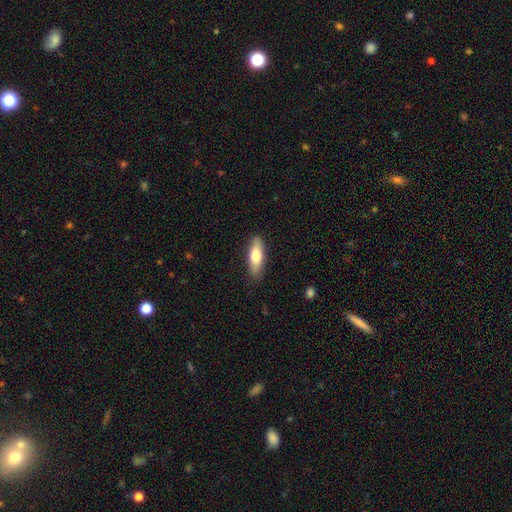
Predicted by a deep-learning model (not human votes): This appears to be a smooth galaxy with no disk features (68%) that is in between round and cigar-shaped (54%). Merging: none (87%).